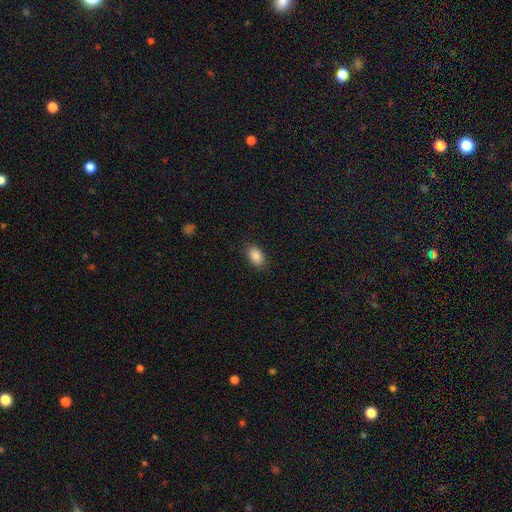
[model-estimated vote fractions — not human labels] Q: Smooth or featured?
A: smooth (87%); runner-up: star or artifact (8%)
Q: How rounded?
A: in between (90%); runner-up: round (9%)
Q: Merging?
A: none (87%); runner-up: minor disturbance (10%)